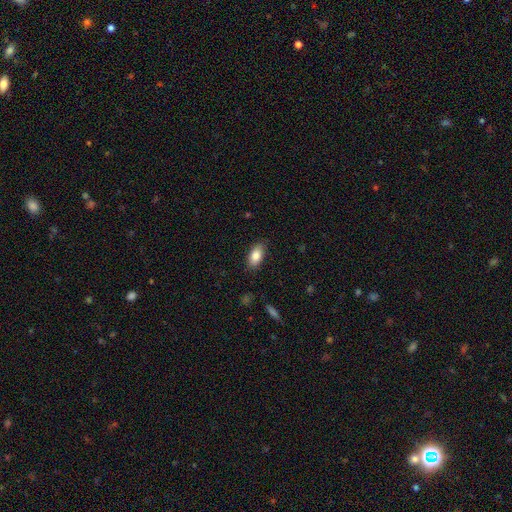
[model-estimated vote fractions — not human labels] Smooth or featured? smooth (85%)
How rounded? in between (91%)
Merging? none (84%)